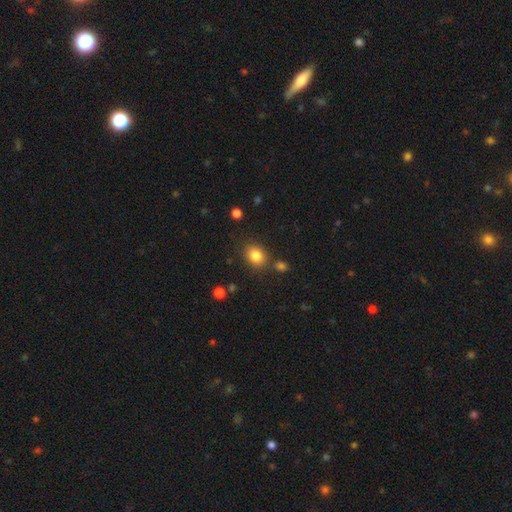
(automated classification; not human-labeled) Overall: smooth (83%). How rounded: in between (52%; round 47%). Merging: none (79%).